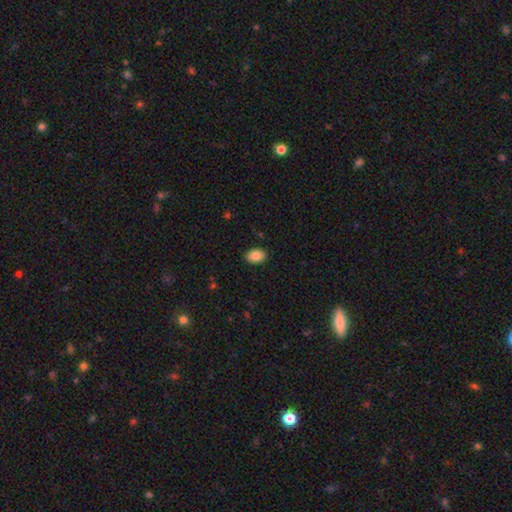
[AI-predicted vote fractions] smooth 87%, star or artifact 8%, featured or disk 6%. Down the decision tree: how rounded — in between (84%); merging — none (89%).